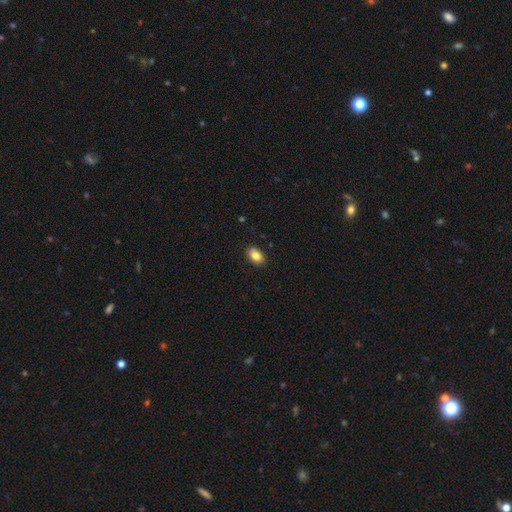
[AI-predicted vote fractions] Smooth or featured?
  - smooth: 82% *
  - featured or disk: 10%
  - star or artifact: 8%
How rounded?
  - in between: 87% *
  - round: 11%
  - cigar-shaped: 2%
Merging?
  - none: 86% *
  - minor disturbance: 11%
  - major disturbance: 2%
  - merger: 1%